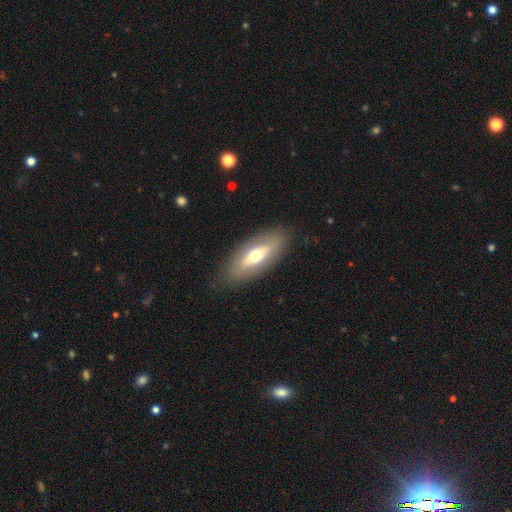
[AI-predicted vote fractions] The model was most divided on "smooth or featured": smooth: 53%, featured or disk: 40%, star or artifact: 6%. More confident: merging — none (84%); how rounded — in between (79%).